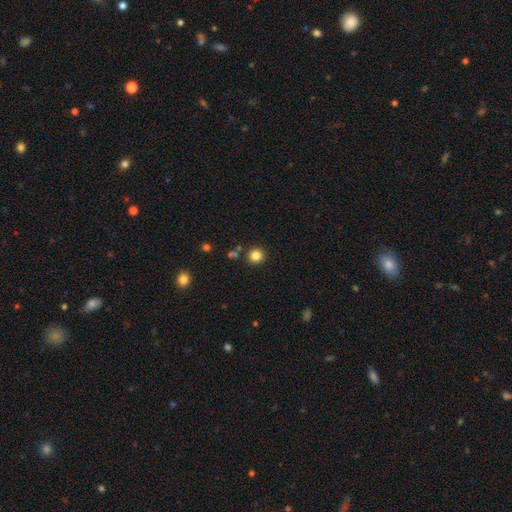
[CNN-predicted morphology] A smooth galaxy with no disk features (83%) that is round (92%).

Vote fractions:
- Smooth or featured? smooth: 83% / star or artifact: 12% / featured or disk: 5%
- How rounded? round: 92% / in between: 7% / cigar-shaped: 1%
- Merging? none: 87% / minor disturbance: 6% / merger: 4% / major disturbance: 2%